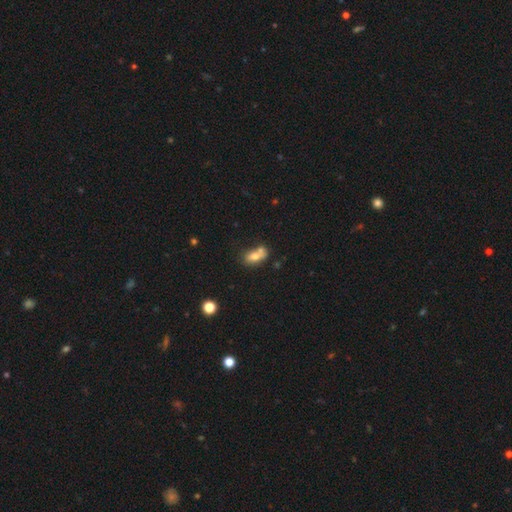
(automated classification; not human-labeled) Morphology: type=smooth (71%); roundness=in between (79%); merging=merger (46%).